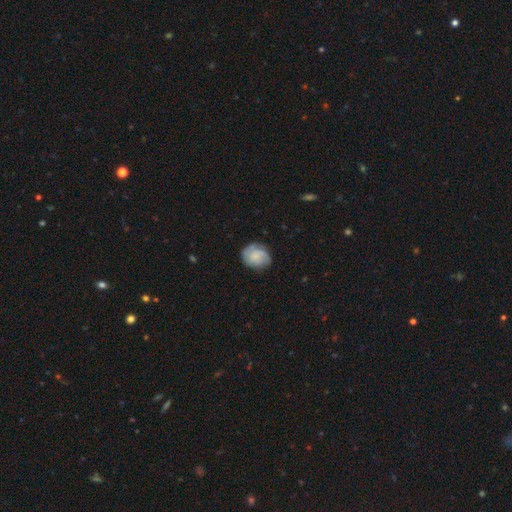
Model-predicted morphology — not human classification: Overall: smooth (49%; featured or disk 43%). Merging: none (69%).